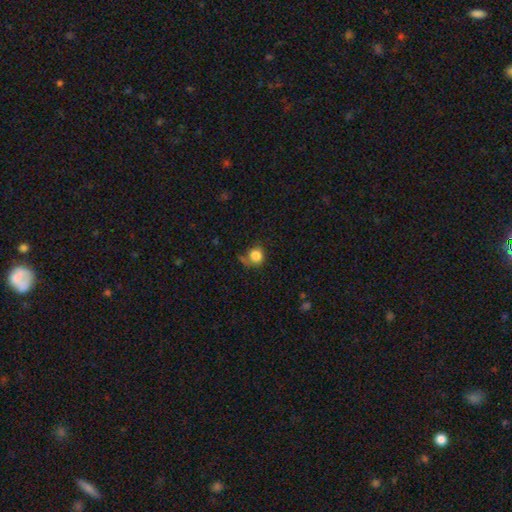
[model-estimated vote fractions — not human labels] smooth 83%, star or artifact 10%, featured or disk 7%. Down the decision tree: how rounded — round (77%); merging — none (49%).